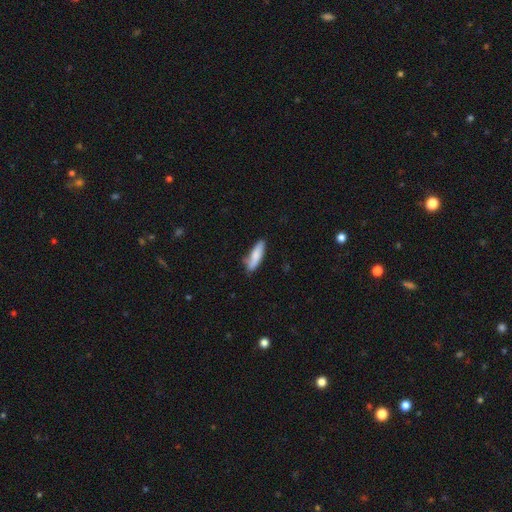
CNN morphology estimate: A smooth galaxy with no disk features (81%) that is cigar-shaped (61%). Merging: none (71%).